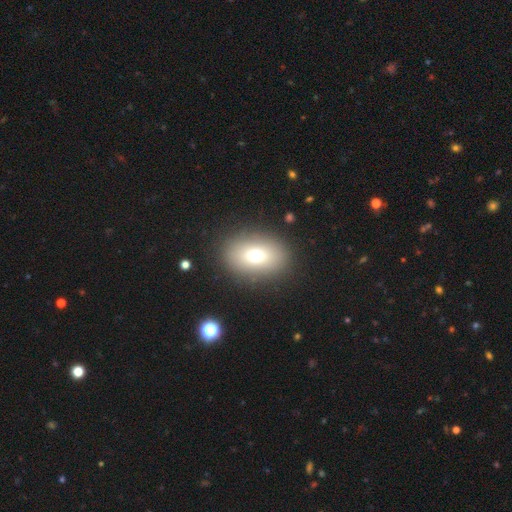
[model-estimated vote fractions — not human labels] smooth_or_featured: smooth (p=0.71) [alt: featured or disk p=0.16]
how_rounded: in between (p=0.74) [alt: round p=0.24]
merging: none (p=0.87) [alt: minor disturbance p=0.08]